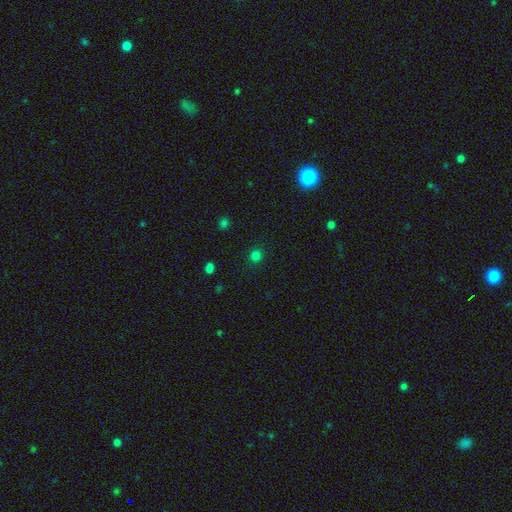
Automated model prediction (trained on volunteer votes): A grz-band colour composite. It shows a smooth galaxy with no disk features (78%) that is round (90%). Merging: none (89%).